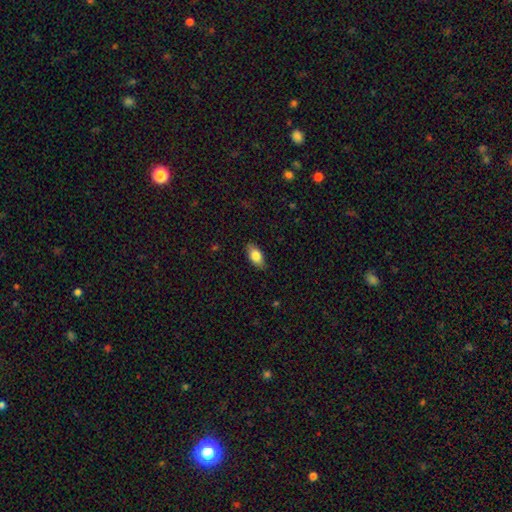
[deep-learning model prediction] Smooth or featured?
  - smooth: 80% *
  - featured or disk: 13%
  - star or artifact: 7%
How rounded?
  - in between: 89% *
  - cigar-shaped: 6%
  - round: 4%
Merging?
  - none: 84% *
  - minor disturbance: 13%
  - major disturbance: 3%
  - merger: 1%